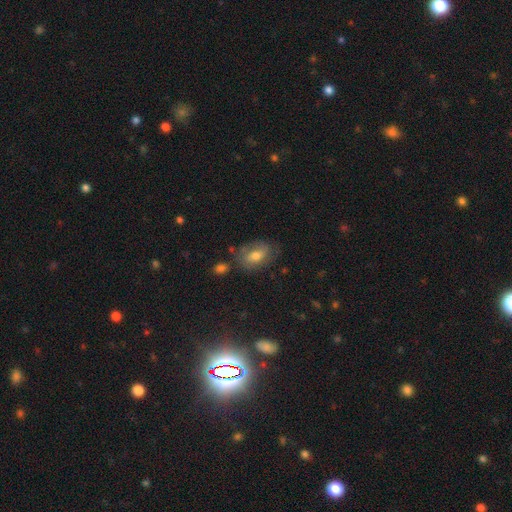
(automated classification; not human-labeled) This appears to be a smooth galaxy with no disk features (60%) that is in between round and cigar-shaped (81%). Merging: none (63%).